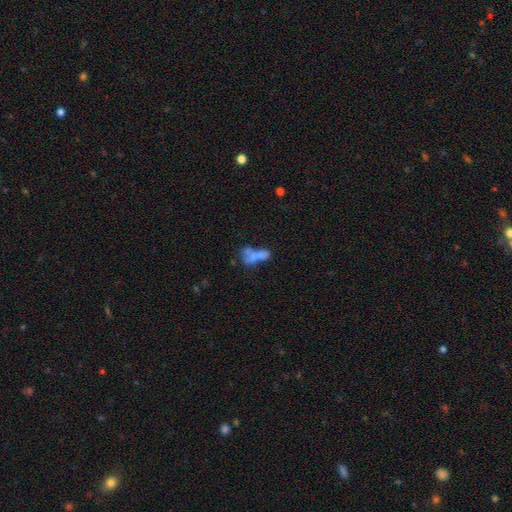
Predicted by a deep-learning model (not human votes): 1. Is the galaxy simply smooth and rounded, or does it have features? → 49% smooth, 37% featured or disk, 14% star or artifact.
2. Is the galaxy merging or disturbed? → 58% merger, 19% none, 13% major disturbance, 10% minor disturbance.